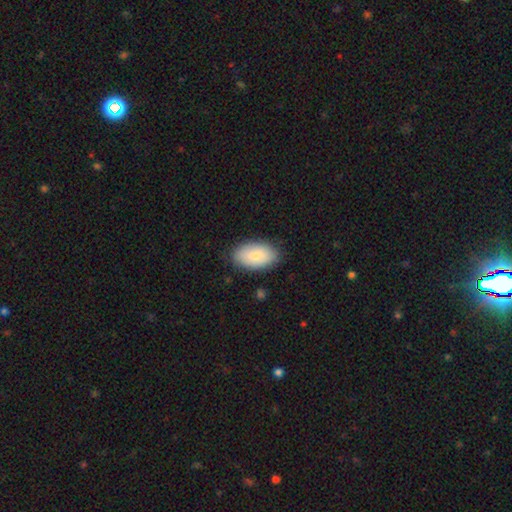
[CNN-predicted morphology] A smooth galaxy with no disk features (81%) that is in between round and cigar-shaped (94%).

Vote fractions:
- Smooth or featured? smooth: 81% / featured or disk: 13% / star or artifact: 6%
- How rounded? in between: 94% / round: 5% / cigar-shaped: 1%
- Merging? none: 83% / minor disturbance: 13% / major disturbance: 3% / merger: 1%